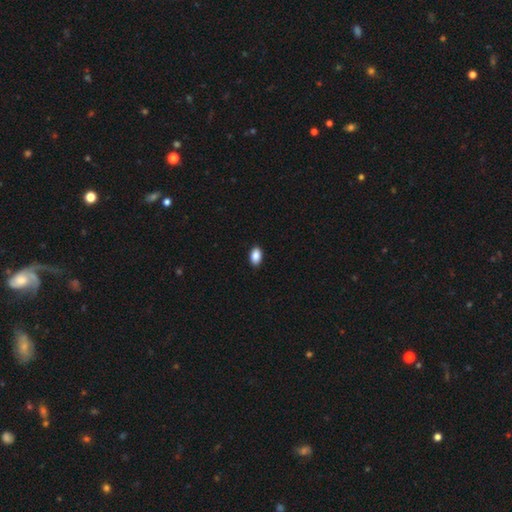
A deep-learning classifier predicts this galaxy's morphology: A smooth galaxy with no disk features (89%) that is in between round and cigar-shaped (91%). Merging: none (90%).